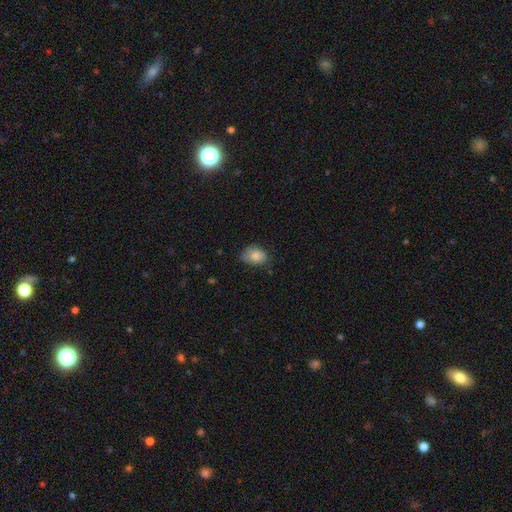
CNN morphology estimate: Smooth or featured? smooth (82%)
How rounded? in between (69%)
Merging? none (60%)